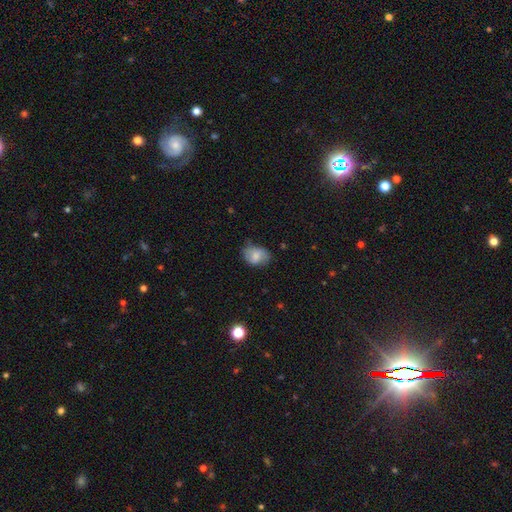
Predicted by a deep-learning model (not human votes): Q: Smooth or featured?
A: smooth (73%); runner-up: featured or disk (19%)
Q: How rounded?
A: in between (72%); runner-up: round (27%)
Q: Merging?
A: none (60%); runner-up: minor disturbance (30%)